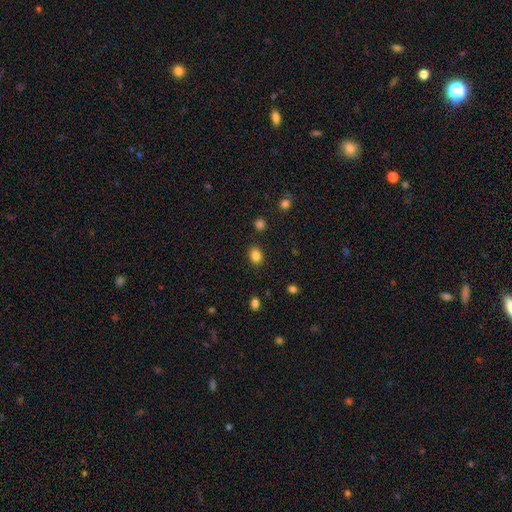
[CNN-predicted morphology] type=smooth (85%); roundness=in between (71%); merging=none (85%).